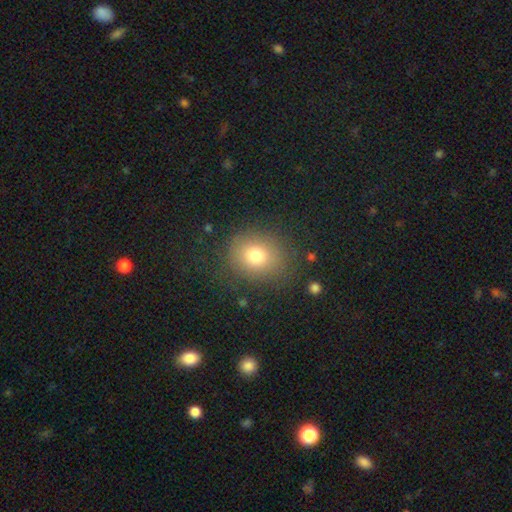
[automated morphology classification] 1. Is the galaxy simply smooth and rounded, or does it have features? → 76% smooth, 12% star or artifact, 11% featured or disk.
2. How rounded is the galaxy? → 67% round, 32% in between, 1% cigar-shaped.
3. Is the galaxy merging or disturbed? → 81% none, 12% minor disturbance, 5% major disturbance, 1% merger.